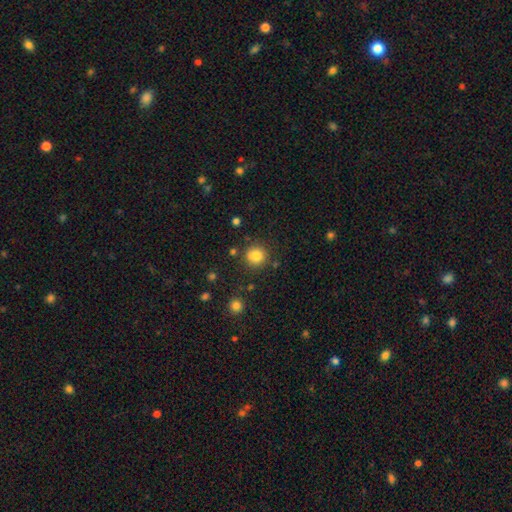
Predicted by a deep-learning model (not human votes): Morphology: type=smooth (84%); roundness=round (91%); merging=none (85%).